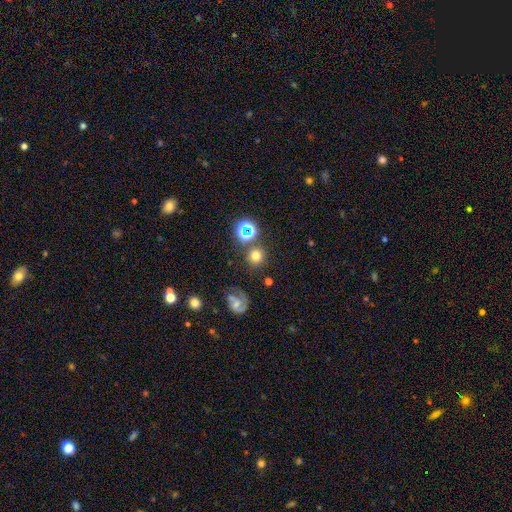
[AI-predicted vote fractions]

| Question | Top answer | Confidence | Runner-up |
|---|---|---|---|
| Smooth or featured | smooth | 68% | star or artifact (19%) |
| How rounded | round | 91% | in between (8%) |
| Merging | none | 78% | minor disturbance (10%) |